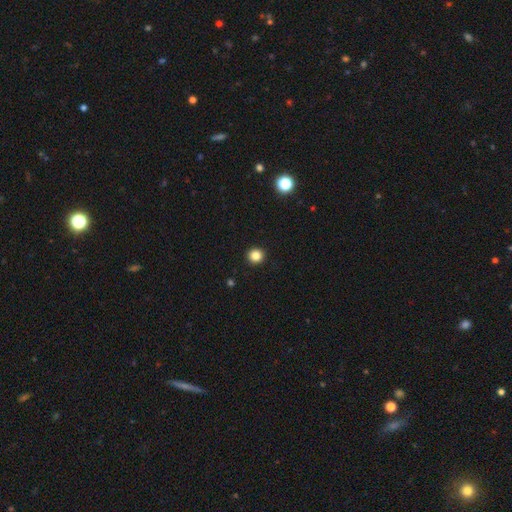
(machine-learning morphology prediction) Overall: smooth (85%). How rounded: round (94%). Merging: none (94%).